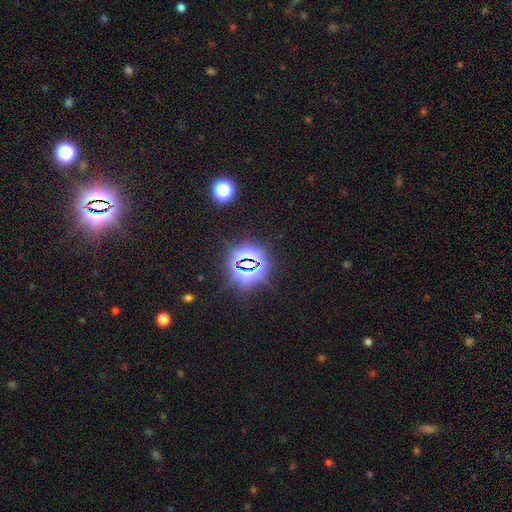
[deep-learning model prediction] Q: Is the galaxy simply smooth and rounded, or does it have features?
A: star or artifact — 79%.